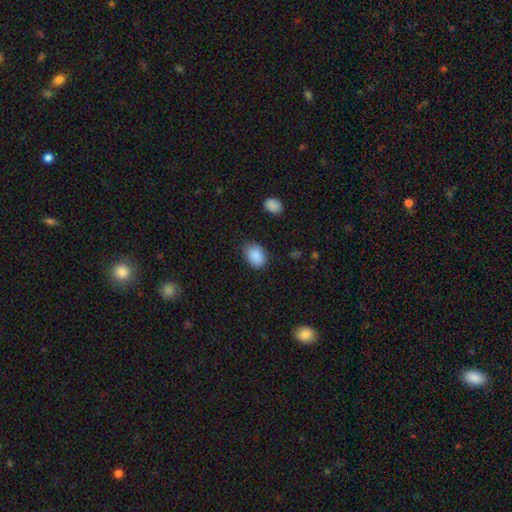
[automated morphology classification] Smooth or featured? smooth (89%)
How rounded? in between (78%)
Merging? none (77%)